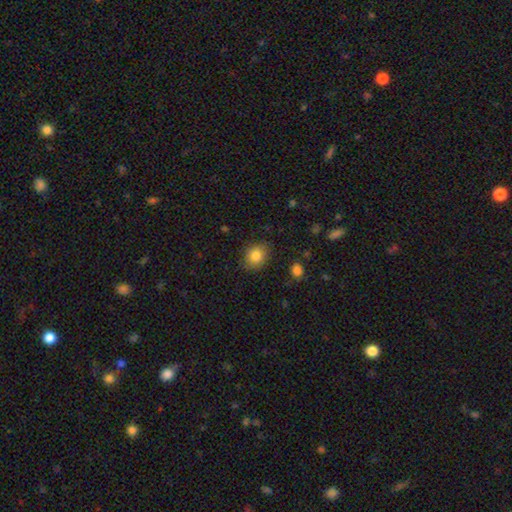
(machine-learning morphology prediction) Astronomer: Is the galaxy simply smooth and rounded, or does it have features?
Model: smooth — 83%.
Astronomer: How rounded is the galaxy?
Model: round — 56% (runner-up: in between, 43%).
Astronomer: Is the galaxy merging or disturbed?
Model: none — 81%.